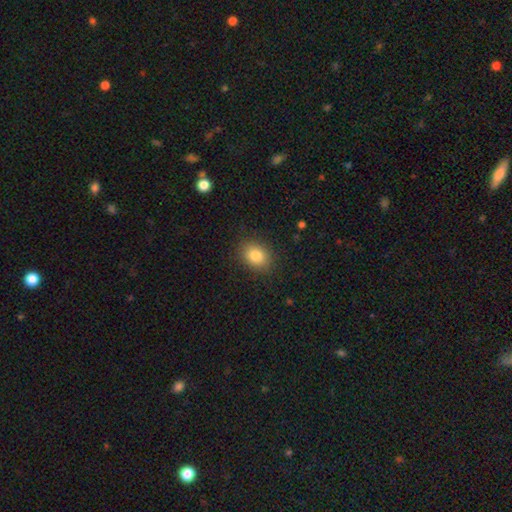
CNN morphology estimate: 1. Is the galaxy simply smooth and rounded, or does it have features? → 83% smooth, 9% star or artifact, 8% featured or disk.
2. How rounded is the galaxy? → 56% in between, 43% round, 1% cigar-shaped.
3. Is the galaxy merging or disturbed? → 87% none, 9% minor disturbance, 3% major disturbance, 1% merger.